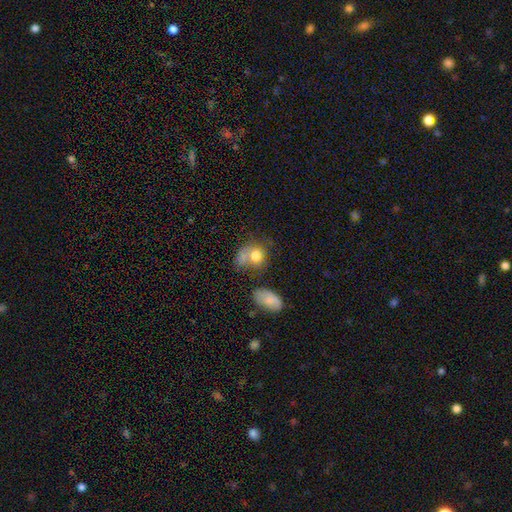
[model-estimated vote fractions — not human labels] The model was most divided on "merging" (2-way tie): none: 33%, merger: 33%, minor disturbance: 18%, major disturbance: 16%. More confident: smooth or featured — smooth (75%); how rounded — round (54%).